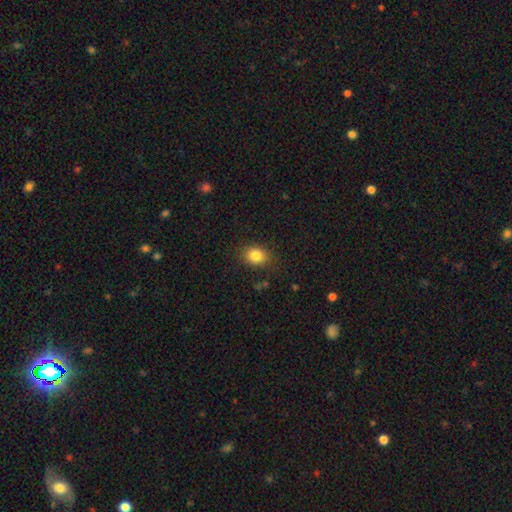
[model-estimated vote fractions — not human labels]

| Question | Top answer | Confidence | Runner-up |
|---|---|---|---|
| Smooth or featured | smooth | 83% | star or artifact (10%) |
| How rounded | in between | 53% | round (46%) |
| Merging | none | 84% | minor disturbance (11%) |